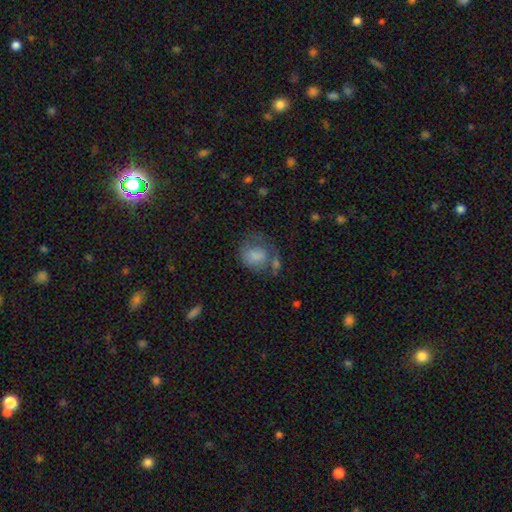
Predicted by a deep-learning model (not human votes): A smooth galaxy with no disk features (69%) that is round (64%).

Vote fractions:
- Smooth or featured? smooth: 69% / featured or disk: 22% / star or artifact: 9%
- How rounded? round: 64% / in between: 35% / cigar-shaped: 1%
- Merging? none: 38% / major disturbance: 26% / minor disturbance: 25% / merger: 11%